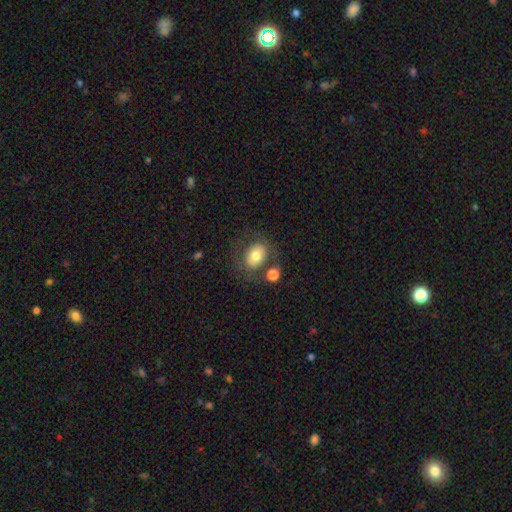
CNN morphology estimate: The model was most divided on "how rounded": round: 54%, in between: 45%, cigar-shaped: 1%. More confident: smooth or featured — smooth (71%); merging — none (64%).